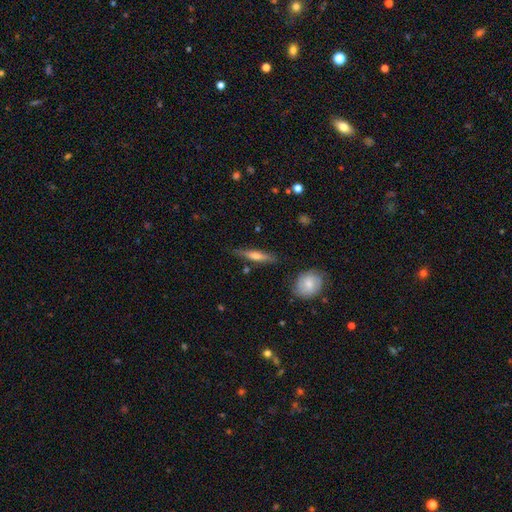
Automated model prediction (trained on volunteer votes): Overall: featured or disk (48%; smooth 45%). Merging: none (79%).